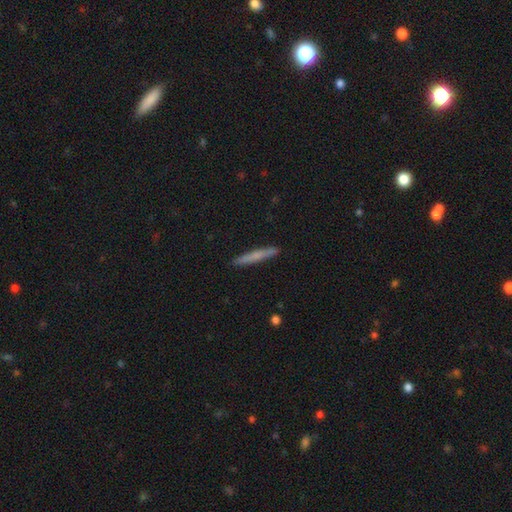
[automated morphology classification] Overall: smooth (61%; featured or disk 33%). How rounded: cigar-shaped (96%). Merging: none (92%).